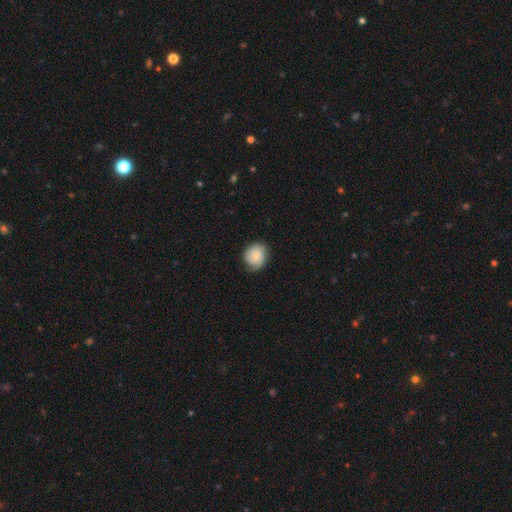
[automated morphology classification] smooth-or-featured: smooth: 55% | featured or disk: 37% | star or artifact: 7%
  how-rounded: round: 72% | in between: 28% | cigar-shaped: 1%
  merging: none: 70% | minor disturbance: 24% | major disturbance: 6% | merger: 1%